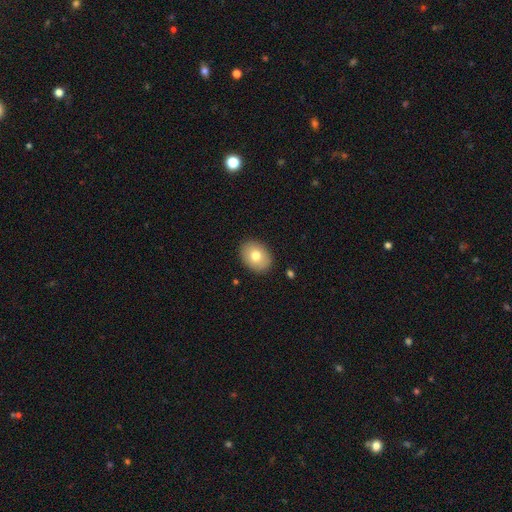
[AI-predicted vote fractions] smooth_or_featured: smooth (p=0.76) [alt: featured or disk p=0.16]
how_rounded: in between (p=0.62) [alt: round p=0.37]
merging: none (p=0.89) [alt: minor disturbance p=0.08]